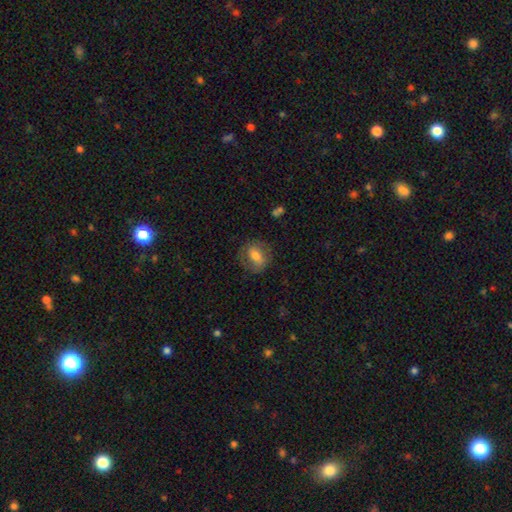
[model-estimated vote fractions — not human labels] A smooth galaxy with no disk features (59%) that is in between round and cigar-shaped (50%).

Vote fractions:
- Smooth or featured? smooth: 59% / featured or disk: 34% / star or artifact: 8%
- How rounded? in between: 50% / round: 48% / cigar-shaped: 2%
- Merging? none: 71% / minor disturbance: 18% / major disturbance: 10% / merger: 1%